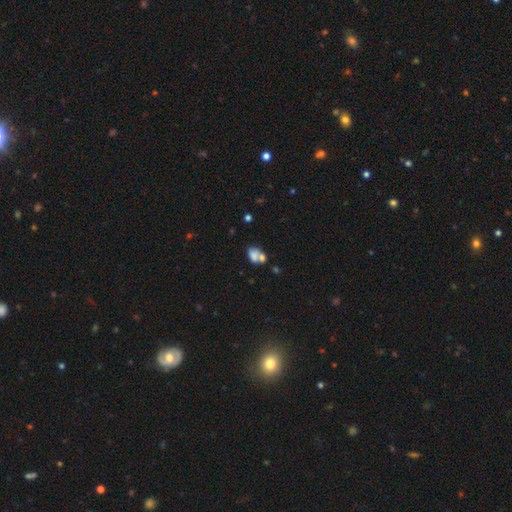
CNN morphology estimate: smooth_or_featured: smooth (p=0.68) [alt: featured or disk p=0.21]
how_rounded: in between (p=0.71) [alt: round p=0.27]
merging: merger (p=0.51) [alt: none p=0.29]